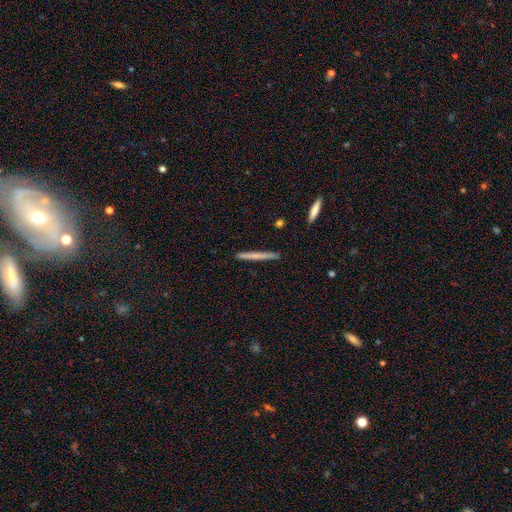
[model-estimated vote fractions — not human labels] Smooth or featured?
  - smooth: 64% *
  - featured or disk: 31%
  - star or artifact: 5%
How rounded?
  - cigar-shaped: 97% *
  - in between: 2%
  - round: 1%
Merging?
  - none: 91% *
  - minor disturbance: 6%
  - merger: 1%
  - major disturbance: 1%